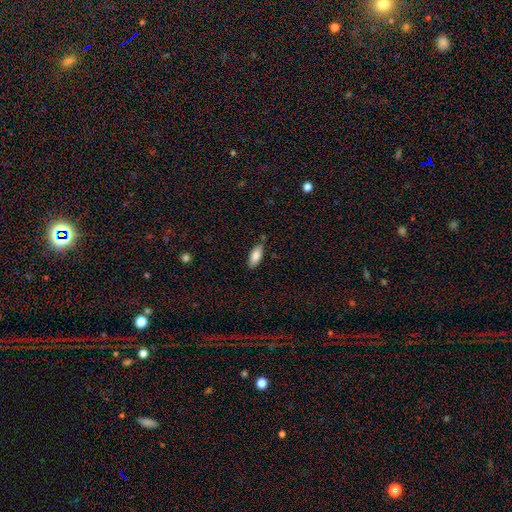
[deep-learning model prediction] This is clearly a smooth galaxy (83%). How rounded: clearly in between (83%). Merging: likely none (80%).